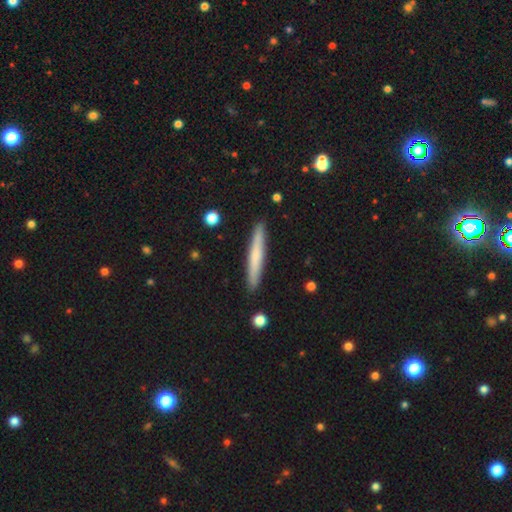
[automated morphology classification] A smooth galaxy with no disk features (63%) that is cigar-shaped (96%). Merging: none (91%).